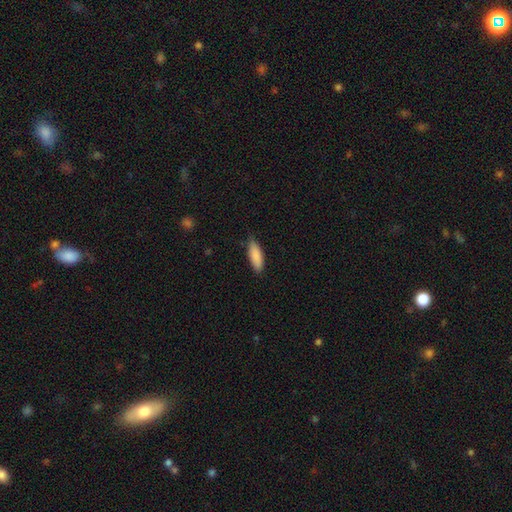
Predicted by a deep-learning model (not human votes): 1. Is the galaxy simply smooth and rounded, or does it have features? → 88% smooth, 6% star or artifact, 6% featured or disk.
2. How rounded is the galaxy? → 62% in between, 37% cigar-shaped, 2% round.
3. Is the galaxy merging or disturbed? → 80% none, 16% minor disturbance, 2% major disturbance, 1% merger.